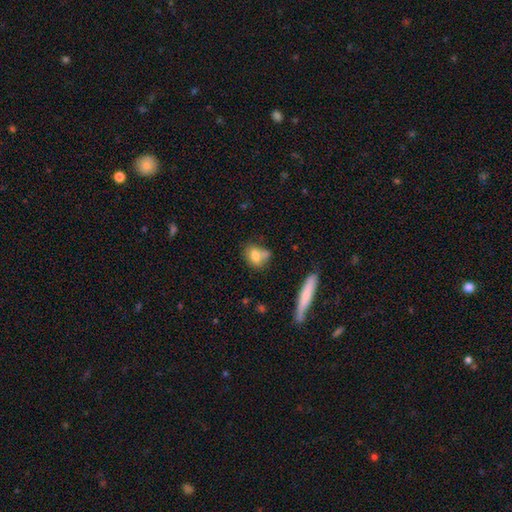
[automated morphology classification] Smooth or featured?
  - smooth: 75% *
  - featured or disk: 16%
  - star or artifact: 9%
How rounded?
  - in between: 60% *
  - round: 36%
  - cigar-shaped: 4%
Merging?
  - none: 49% *
  - merger: 25%
  - minor disturbance: 19%
  - major disturbance: 7%